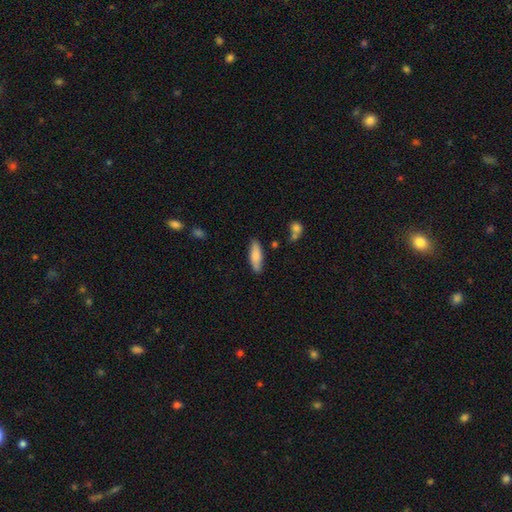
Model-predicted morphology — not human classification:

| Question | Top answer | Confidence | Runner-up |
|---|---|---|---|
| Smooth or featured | smooth | 79% | featured or disk (15%) |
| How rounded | cigar-shaped | 51% | in between (48%) |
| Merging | none | 83% | minor disturbance (12%) |